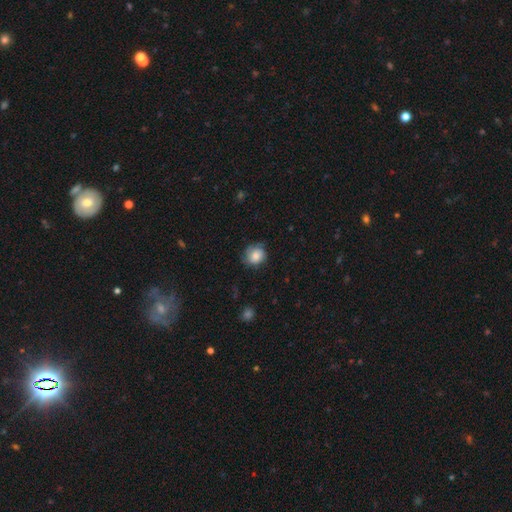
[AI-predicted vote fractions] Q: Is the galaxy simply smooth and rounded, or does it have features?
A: smooth — 70%.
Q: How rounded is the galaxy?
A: round — 78%.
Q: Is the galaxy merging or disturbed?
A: none — 65%.